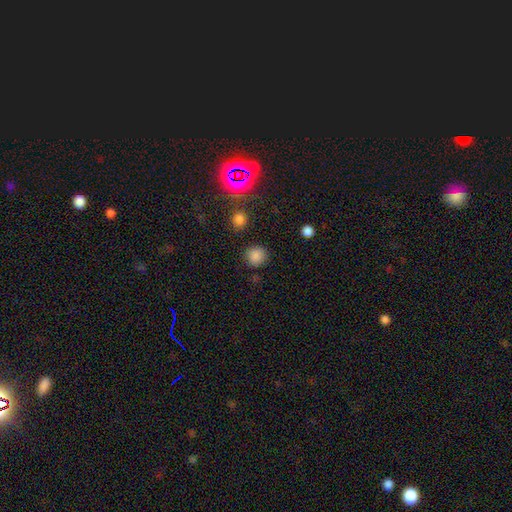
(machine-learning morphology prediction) The model was most divided on "smooth or featured": smooth: 82%, star or artifact: 14%, featured or disk: 4%. More confident: how rounded — round (88%); merging — none (86%).